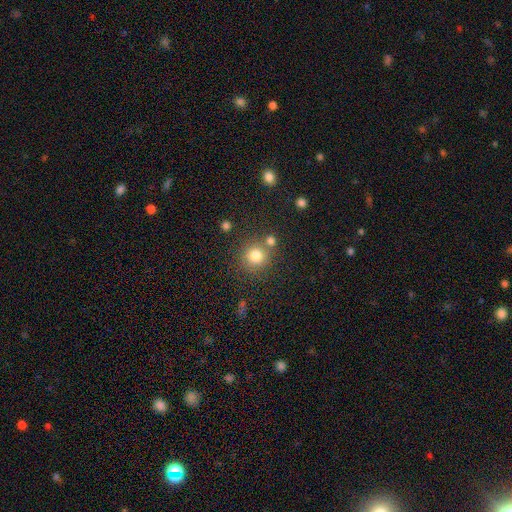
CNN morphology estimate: smooth-or-featured: smooth: 79% | star or artifact: 13% | featured or disk: 7%
  how-rounded: round: 91% | in between: 8% | cigar-shaped: 1%
  merging: none: 72% | merger: 15% | minor disturbance: 9% | major disturbance: 4%